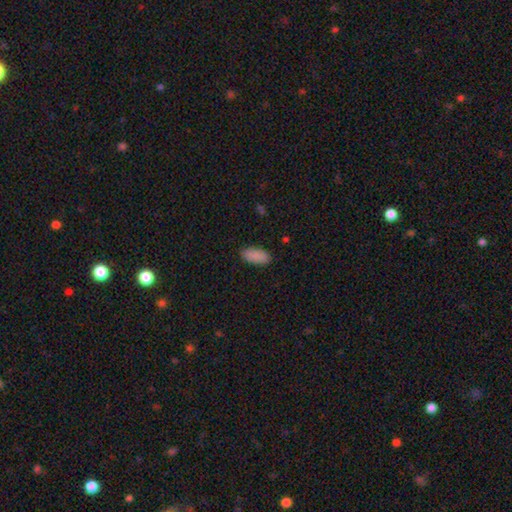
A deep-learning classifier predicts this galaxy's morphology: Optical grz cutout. It shows a smooth galaxy with no disk features (90%) that is in between round and cigar-shaped (91%). Merging: none (88%).